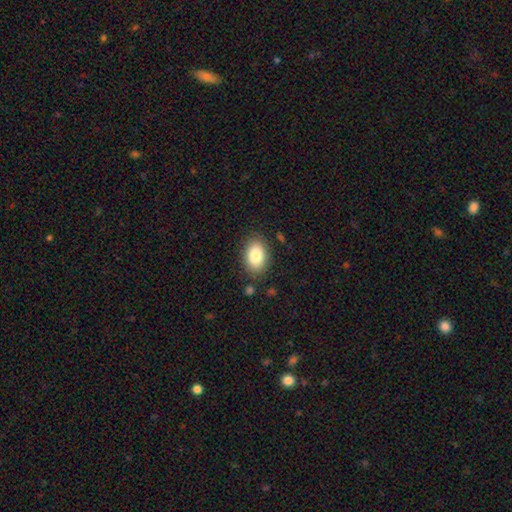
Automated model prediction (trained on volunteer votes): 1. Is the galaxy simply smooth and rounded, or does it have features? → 84% smooth, 8% featured or disk, 8% star or artifact.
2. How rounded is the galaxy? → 86% in between, 13% round, 1% cigar-shaped.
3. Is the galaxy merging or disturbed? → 85% none, 10% minor disturbance, 3% major disturbance, 2% merger.